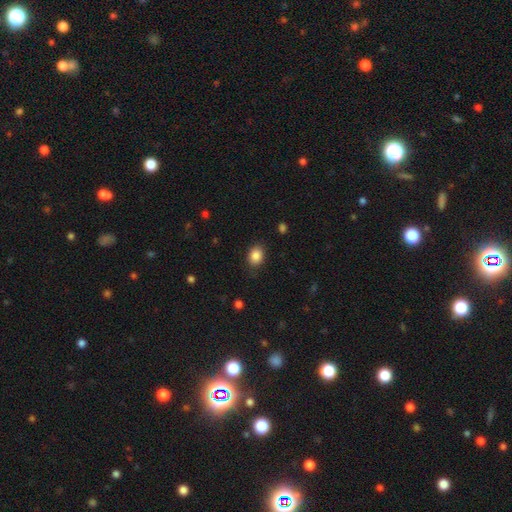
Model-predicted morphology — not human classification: Smooth or featured: smooth — 86% (star or artifact — 9%)
How rounded: in between — 63% (round — 36%)
Merging: none — 83% (minor disturbance — 12%)